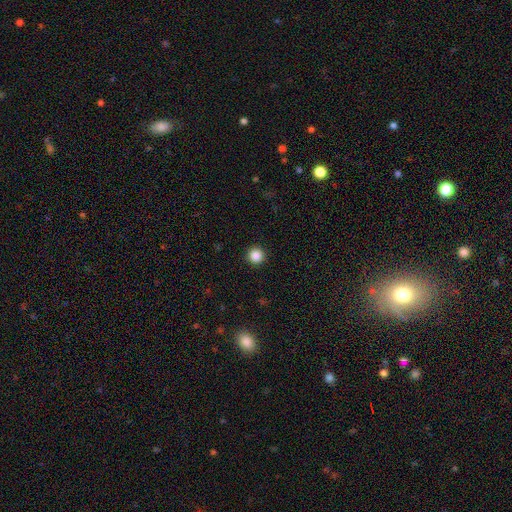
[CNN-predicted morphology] type=smooth (87%); roundness=round (96%); merging=none (93%).